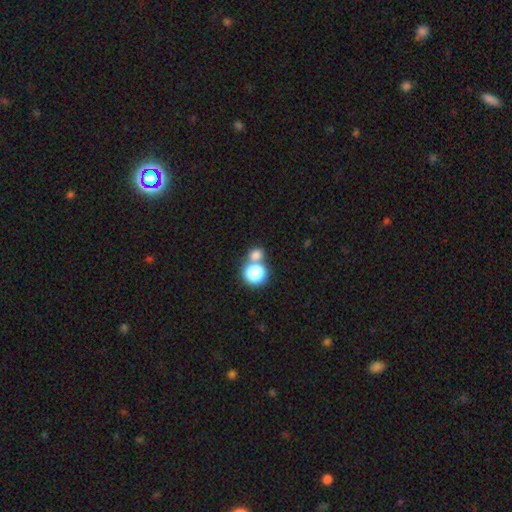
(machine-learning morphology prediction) Overall: smooth (71%). How rounded: round (79%). Merging: none (53%; merger 37%).